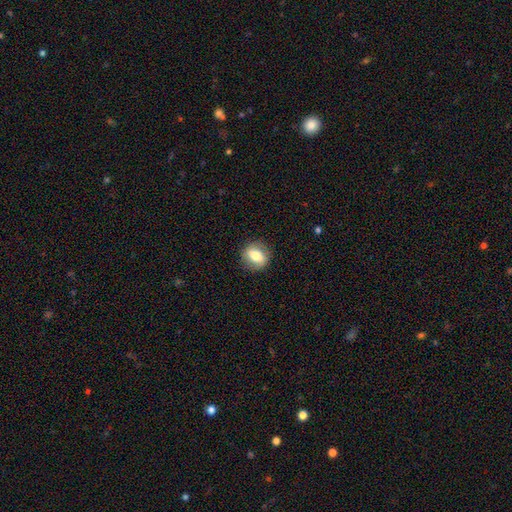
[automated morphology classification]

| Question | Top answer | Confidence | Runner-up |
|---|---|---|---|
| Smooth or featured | smooth | 67% | featured or disk (25%) |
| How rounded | round | 66% | in between (32%) |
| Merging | none | 86% | minor disturbance (10%) |